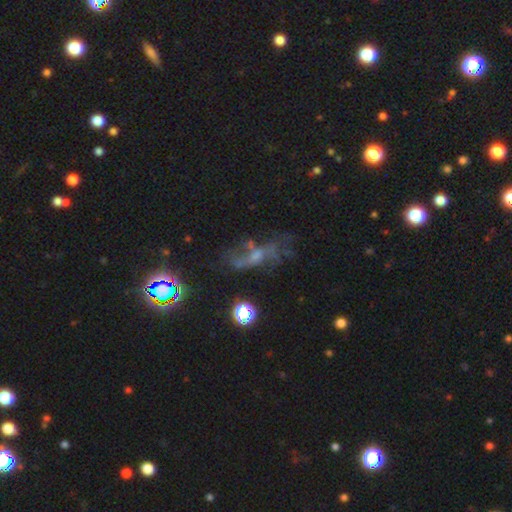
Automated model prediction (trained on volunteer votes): Overall: featured or disk (41%; star or artifact 38%). Merging: none (52%; major disturbance 22%).